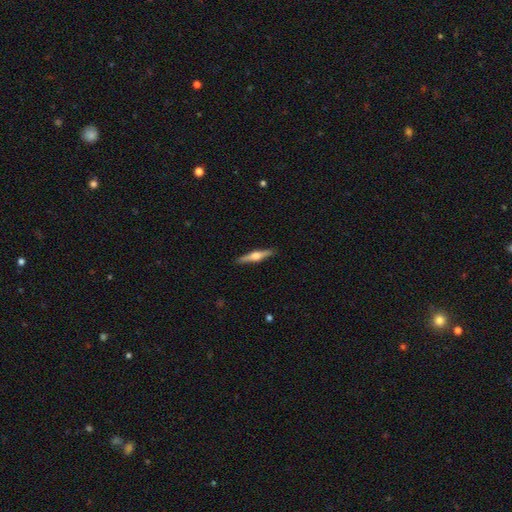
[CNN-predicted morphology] featured or disk 69%, smooth 26%, star or artifact 5%. Down the decision tree: edge-on disk — yes (98%); edge-on bulge — rounded (93%); merging — none (91%).